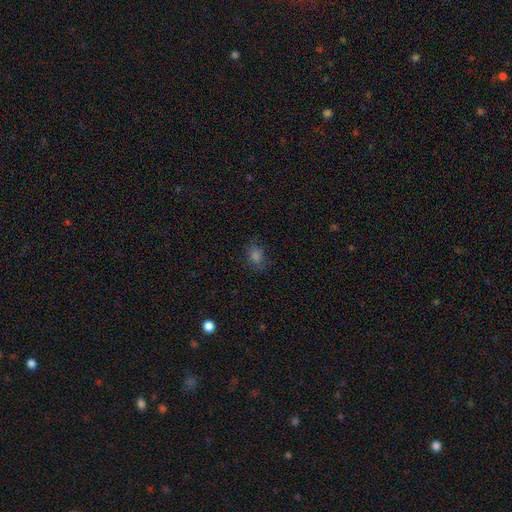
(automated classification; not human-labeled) Smooth or featured: smooth — 71% (star or artifact — 21%)
How rounded: in between — 53% (round — 46%)
Merging: none — 78% (minor disturbance — 15%)